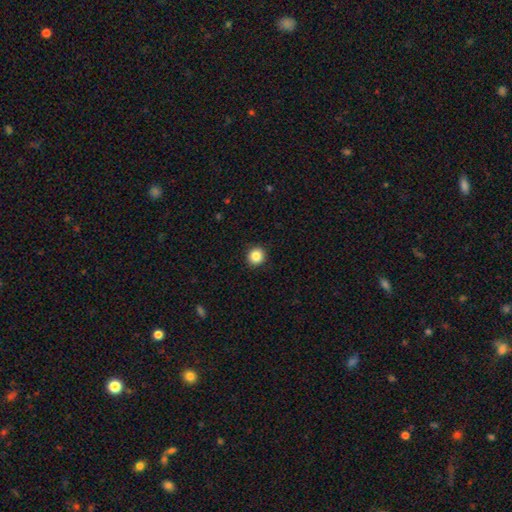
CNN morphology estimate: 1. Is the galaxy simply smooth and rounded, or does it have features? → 86% smooth, 10% star or artifact, 4% featured or disk.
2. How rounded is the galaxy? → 90% round, 9% in between, 1% cigar-shaped.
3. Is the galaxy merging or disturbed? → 92% none, 5% minor disturbance, 2% major disturbance, 1% merger.